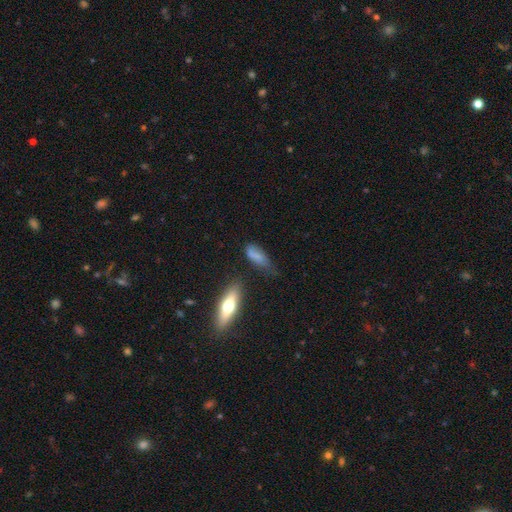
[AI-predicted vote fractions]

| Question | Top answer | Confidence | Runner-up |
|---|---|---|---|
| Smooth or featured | smooth | 72% | featured or disk (18%) |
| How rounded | in between | 70% | cigar-shaped (26%) |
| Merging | none | 42% | minor disturbance (37%) |